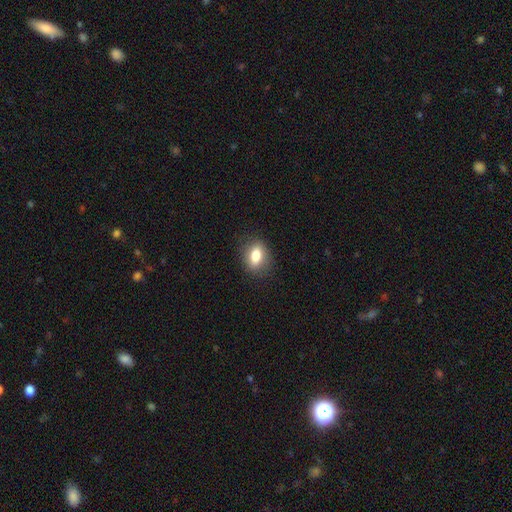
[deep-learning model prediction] Smooth or featured?
  - smooth: 79% *
  - featured or disk: 12%
  - star or artifact: 9%
How rounded?
  - in between: 74% *
  - round: 23%
  - cigar-shaped: 3%
Merging?
  - none: 85% *
  - minor disturbance: 11%
  - major disturbance: 3%
  - merger: 1%